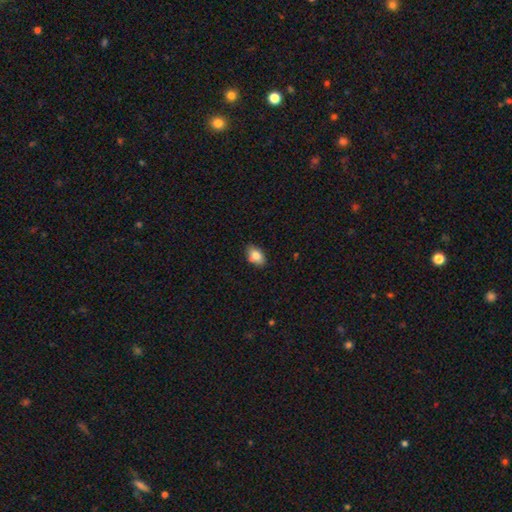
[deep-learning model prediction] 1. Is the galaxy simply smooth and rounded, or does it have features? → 81% smooth, 10% featured or disk, 8% star or artifact.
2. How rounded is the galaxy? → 87% in between, 11% round, 2% cigar-shaped.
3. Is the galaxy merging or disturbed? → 77% none, 17% minor disturbance, 4% merger, 3% major disturbance.